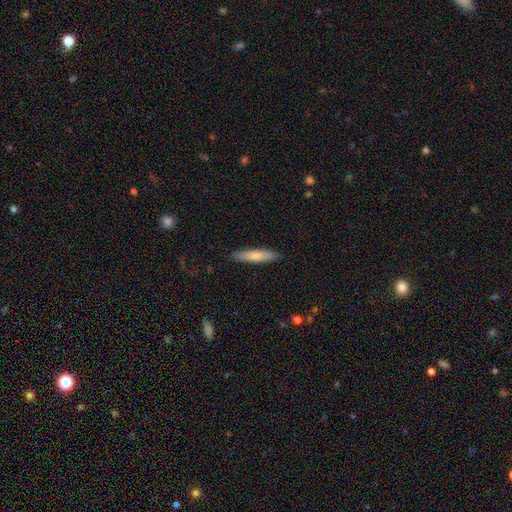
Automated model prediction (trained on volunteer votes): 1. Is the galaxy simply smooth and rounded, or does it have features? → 72% smooth, 23% featured or disk, 5% star or artifact.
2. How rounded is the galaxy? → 83% cigar-shaped, 15% in between, 1% round.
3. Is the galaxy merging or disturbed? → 89% none, 8% minor disturbance, 2% major disturbance, 1% merger.